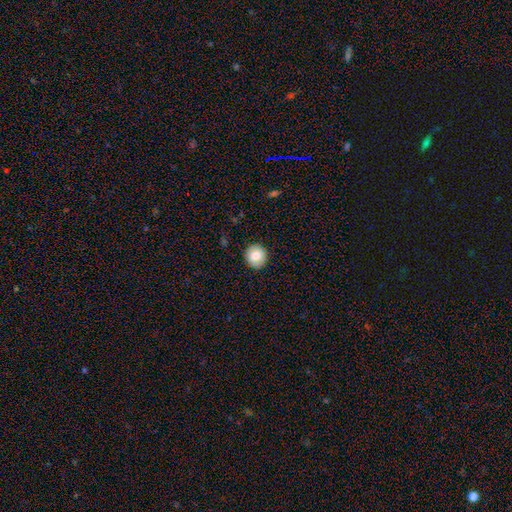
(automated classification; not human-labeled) smooth-or-featured: smooth: 81% | featured or disk: 11% | star or artifact: 8%
  how-rounded: round: 90% | in between: 9% | cigar-shaped: 1%
  merging: none: 92% | minor disturbance: 6% | major disturbance: 2% | merger: 1%